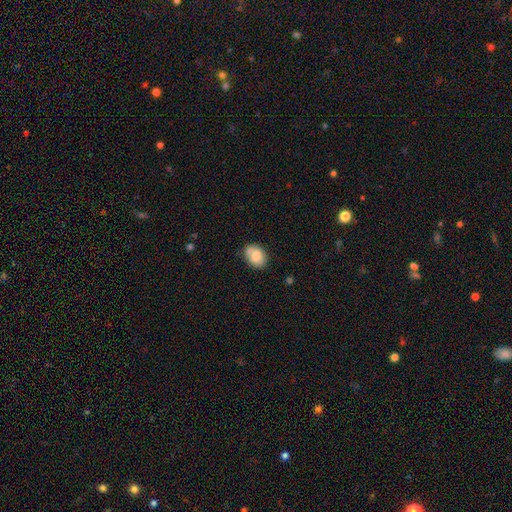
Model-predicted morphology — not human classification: This appears to be a smooth galaxy with no disk features (72%) that is in between round and cigar-shaped (62%). Merging: none (59%).